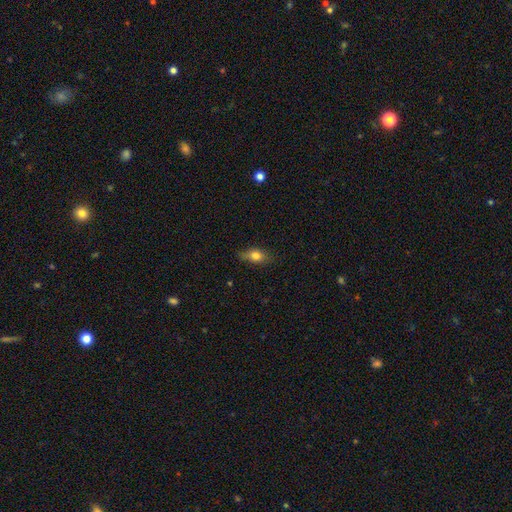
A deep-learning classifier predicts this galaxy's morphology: The model was most divided on "merging": none: 73%, minor disturbance: 21%, major disturbance: 4%, merger: 1%. More confident: how rounded — in between (77%); smooth or featured — smooth (76%).